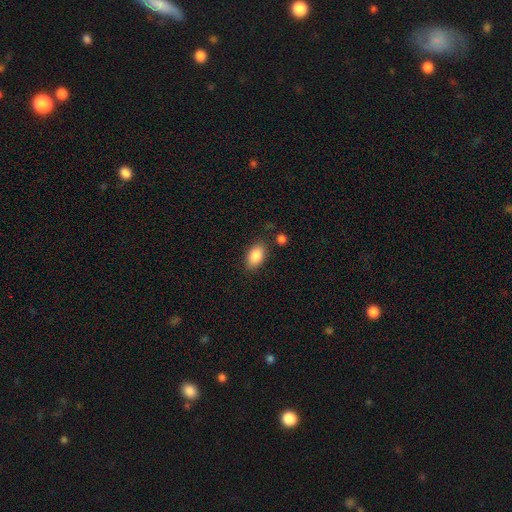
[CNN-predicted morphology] type=smooth (88%); roundness=in between (91%); merging=none (80%).